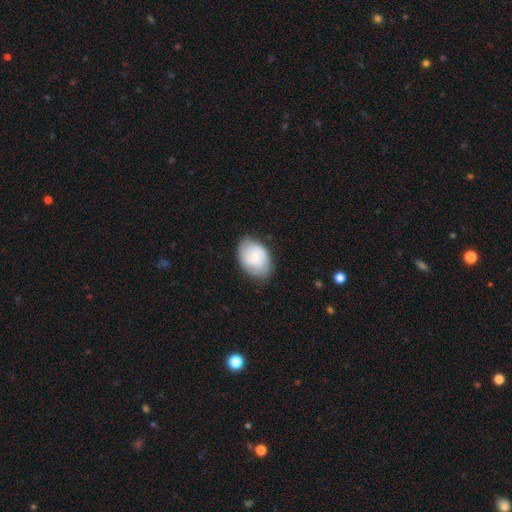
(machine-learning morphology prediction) type=featured or disk (51%); edge-on=no (96%); merging=none (75%).